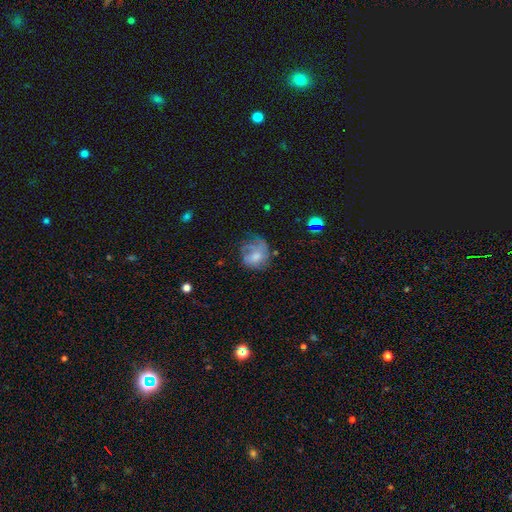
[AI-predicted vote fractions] This appears to be a smooth galaxy with no disk features (54%) that is round (63%). Merging: none (40%).